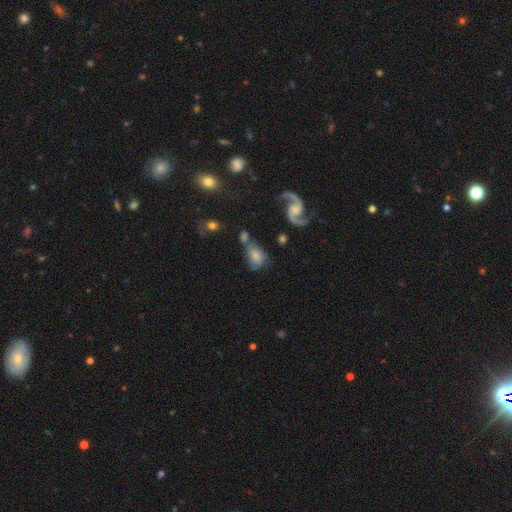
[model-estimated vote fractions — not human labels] Smooth or featured? smooth (49%)
Merging? none (37%)